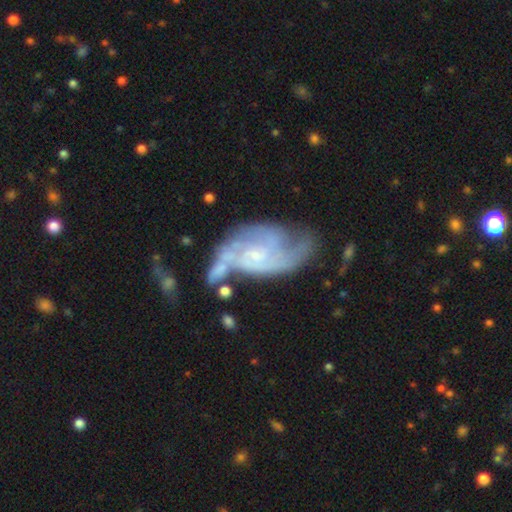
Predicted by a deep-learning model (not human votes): smooth-or-featured: featured or disk: 83% | smooth: 11% | star or artifact: 7%
  disk-edge-on: no: 96% | yes: 4%
    bar: no: 61% | weak: 33% | strong: 6%
    has-spiral-arms: yes: 93% | no: 7%
      spiral-winding: medium: 43% | tight: 38% | loose: 19%
      spiral-arm-count: 2: 37% | can't tell: 27% | 3: 19% | 4: 7% | 1: 5% | more than 4: 4%
    bulge-size: small: 71% | moderate: 16% | none: 10% | large: 1% | dominant: 1%
  merging: none: 36% | major disturbance: 24% | minor disturbance: 23% | merger: 17%